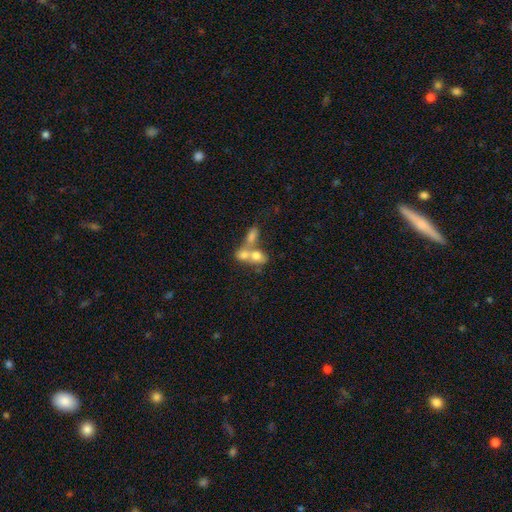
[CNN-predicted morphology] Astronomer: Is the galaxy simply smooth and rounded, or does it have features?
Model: smooth — 64%.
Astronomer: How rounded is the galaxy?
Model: in between — 69%.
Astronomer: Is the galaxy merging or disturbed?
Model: merger — 68%.